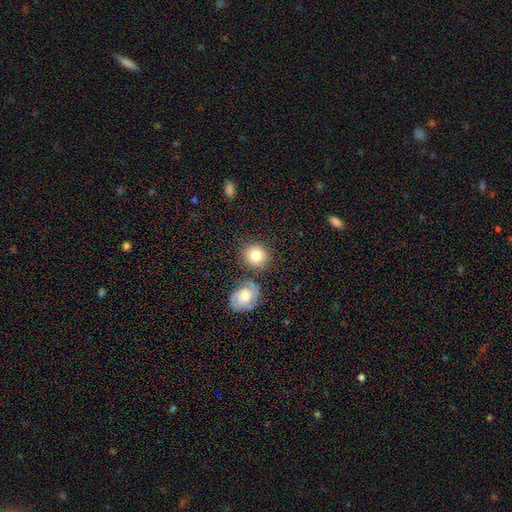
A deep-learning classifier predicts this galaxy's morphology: type=smooth (79%); roundness=round (83%); merging=none (74%).